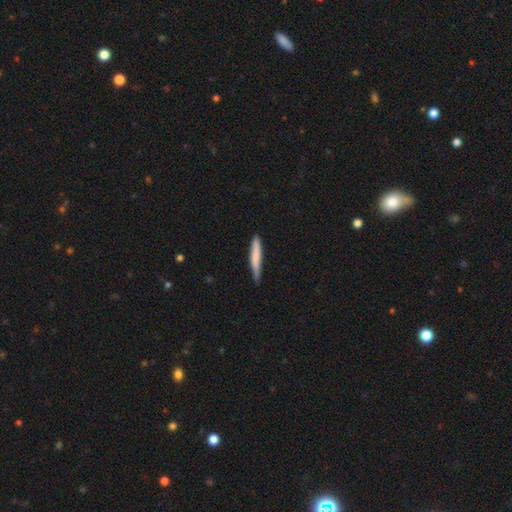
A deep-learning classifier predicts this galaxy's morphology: smooth-or-featured: smooth: 73% | featured or disk: 22% | star or artifact: 5%
  how-rounded: cigar-shaped: 94% | in between: 4% | round: 1%
  merging: none: 71% | minor disturbance: 24% | major disturbance: 3% | merger: 2%